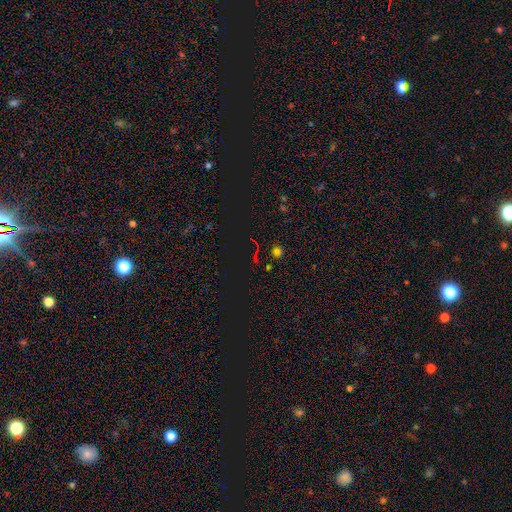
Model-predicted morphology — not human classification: Smooth or featured?
  - star or artifact: 69% *
  - smooth: 20%
  - featured or disk: 11%